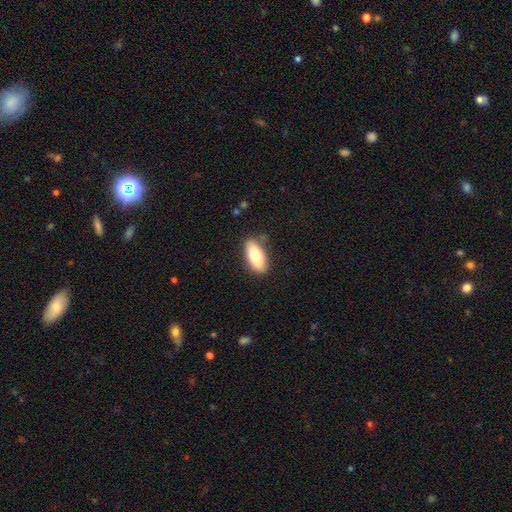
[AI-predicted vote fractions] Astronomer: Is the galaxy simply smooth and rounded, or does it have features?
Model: smooth — 73%.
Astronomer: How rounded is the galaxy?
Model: in between — 87%.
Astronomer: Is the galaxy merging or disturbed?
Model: none — 82%.